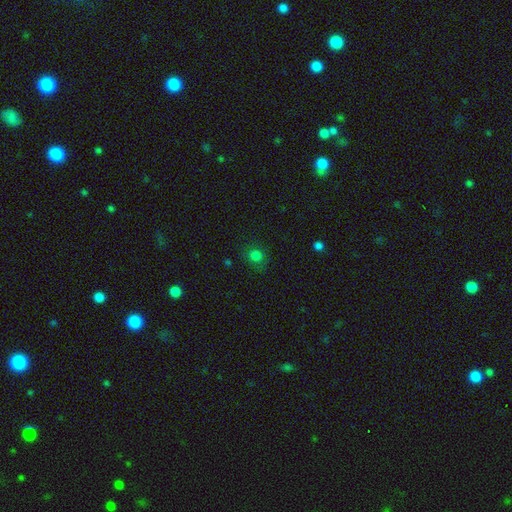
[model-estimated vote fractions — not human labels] smooth_or_featured: smooth (p=0.78) [alt: star or artifact p=0.17]
how_rounded: round (p=0.82) [alt: in between p=0.17]
merging: none (p=0.80) [alt: minor disturbance p=0.13]